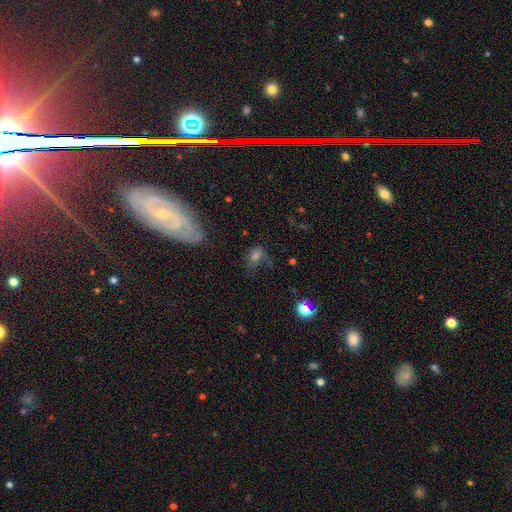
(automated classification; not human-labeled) smooth-or-featured: smooth: 53% | featured or disk: 25% | star or artifact: 22%
  how-rounded: in between: 71% | round: 26% | cigar-shaped: 3%
  merging: none: 43% | major disturbance: 27% | minor disturbance: 22% | merger: 7%